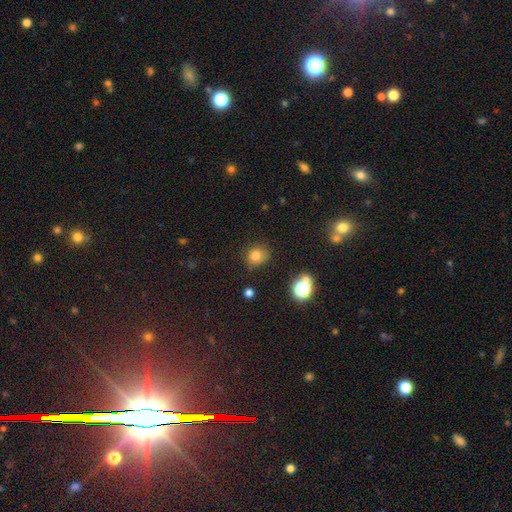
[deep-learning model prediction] This is likely a smooth galaxy (77%). How rounded: clearly round (80%). Merging: likely none (78%).